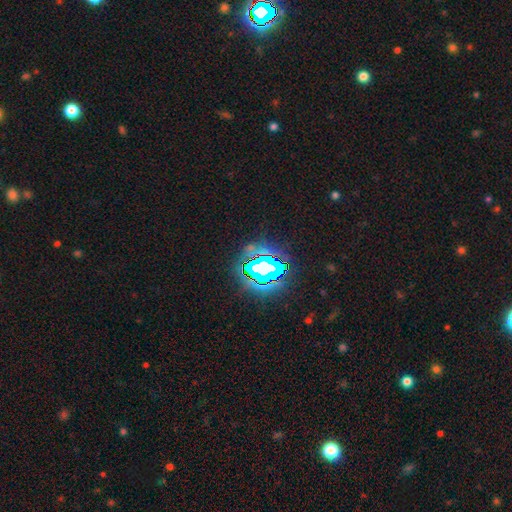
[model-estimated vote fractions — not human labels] This appears to be a star or artifact, not a galaxy (80%).